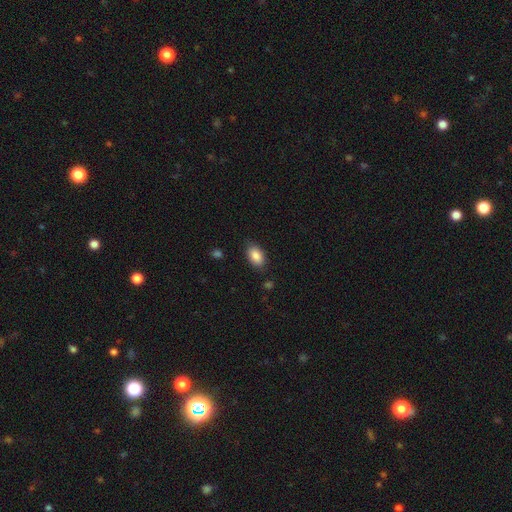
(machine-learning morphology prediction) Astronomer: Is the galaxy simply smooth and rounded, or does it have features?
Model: smooth — 88%.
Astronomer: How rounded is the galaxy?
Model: in between — 92%.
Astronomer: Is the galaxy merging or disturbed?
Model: none — 84%.